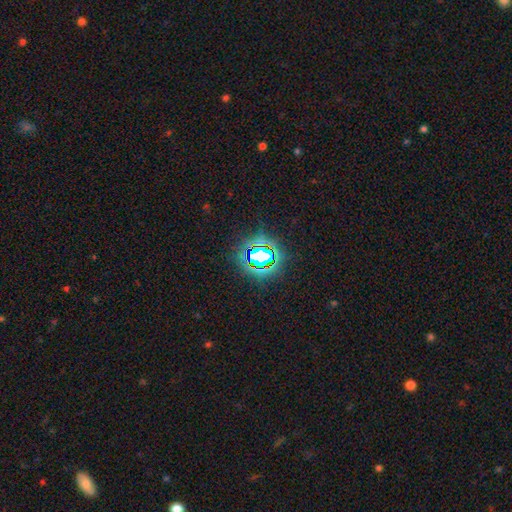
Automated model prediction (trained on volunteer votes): A star or artifact, not a galaxy (80%).

Vote fractions:
- Smooth or featured? star or artifact: 80% / smooth: 13% / featured or disk: 7%